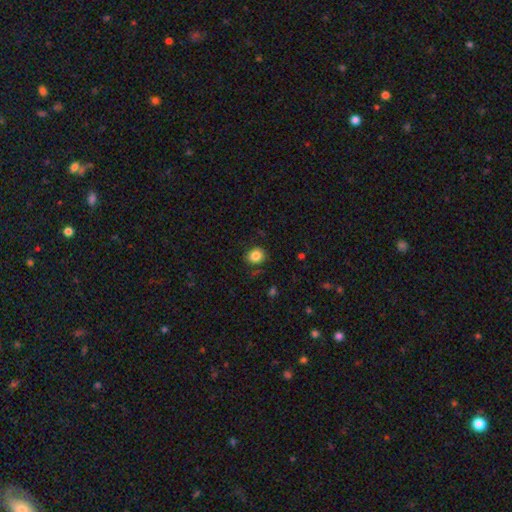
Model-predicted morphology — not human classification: smooth 85%, star or artifact 10%, featured or disk 5%. Down the decision tree: how rounded — round (66%); merging — none (84%).